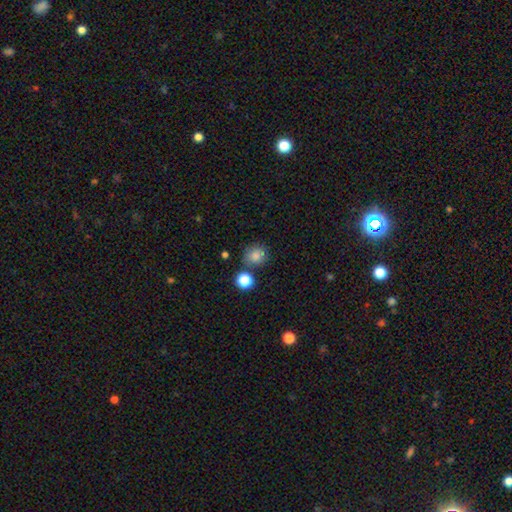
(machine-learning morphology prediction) Smooth or featured? smooth (82%)
How rounded? round (84%)
Merging? none (74%)